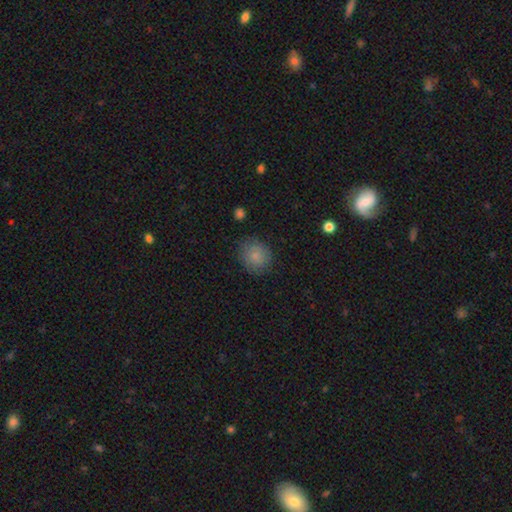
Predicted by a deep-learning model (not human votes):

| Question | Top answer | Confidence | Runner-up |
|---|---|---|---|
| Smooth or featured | smooth | 83% | star or artifact (9%) |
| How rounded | round | 78% | in between (21%) |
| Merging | none | 80% | minor disturbance (15%) |